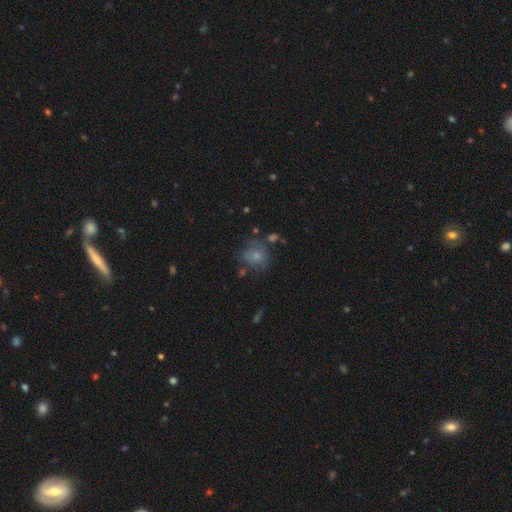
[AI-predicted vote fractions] Morphology: type=smooth (70%); roundness=round (78%); merging=none (53%).